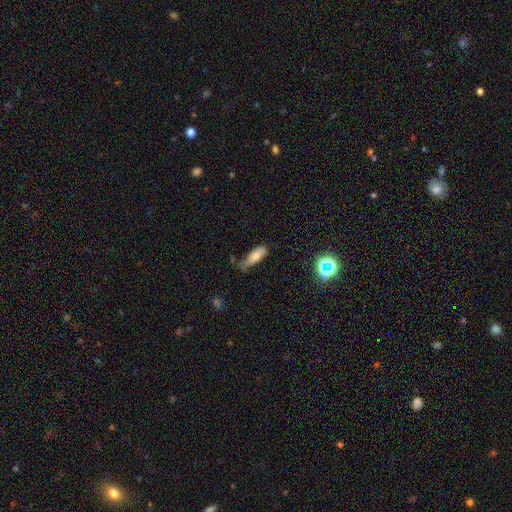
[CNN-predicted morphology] Overall: smooth (68%). How rounded: in between (67%; cigar-shaped 30%). Merging: minor disturbance (38%; none 37%).